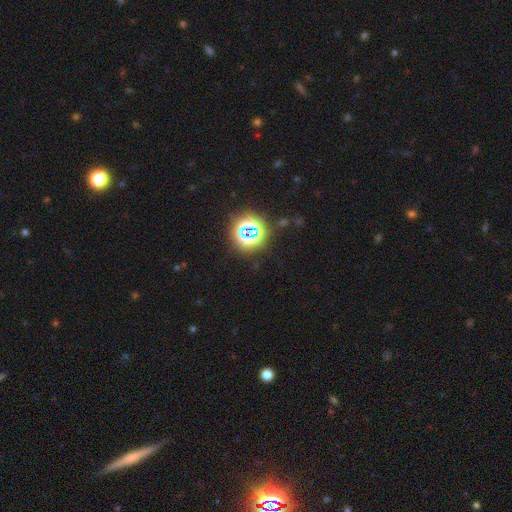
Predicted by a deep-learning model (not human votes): A star or artifact, not a galaxy (69%).